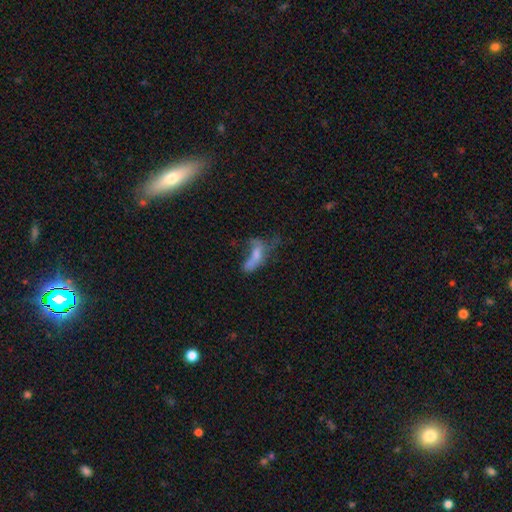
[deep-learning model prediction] Smooth or featured?
  - smooth: 48% *
  - featured or disk: 37%
  - star or artifact: 15%
Merging?
  - major disturbance: 36% *
  - merger: 28%
  - none: 21%
  - minor disturbance: 15%